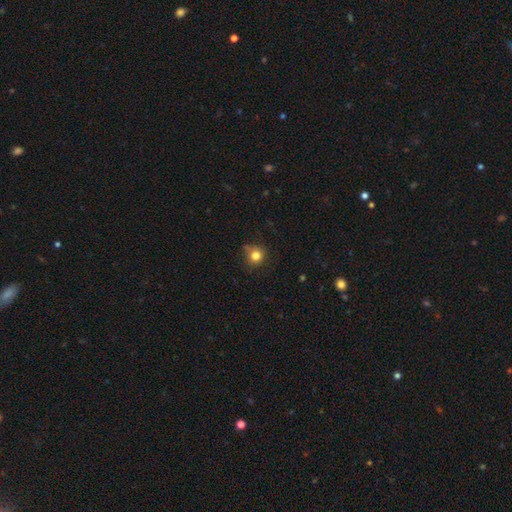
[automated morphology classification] The model was most divided on "merging": none: 74%, minor disturbance: 19%, major disturbance: 4%, merger: 3%. More confident: how rounded — round (90%); smooth or featured — smooth (81%).